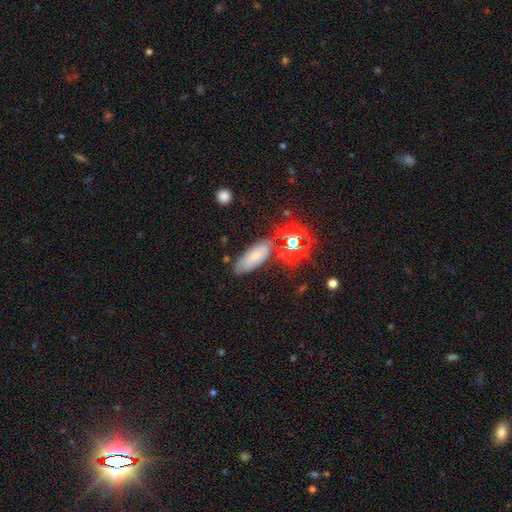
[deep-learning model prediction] smooth_or_featured: smooth (p=0.58) [alt: star or artifact p=0.21]
how_rounded: in between (p=0.75) [alt: cigar-shaped p=0.19]
merging: none (p=0.74) [alt: minor disturbance p=0.16]